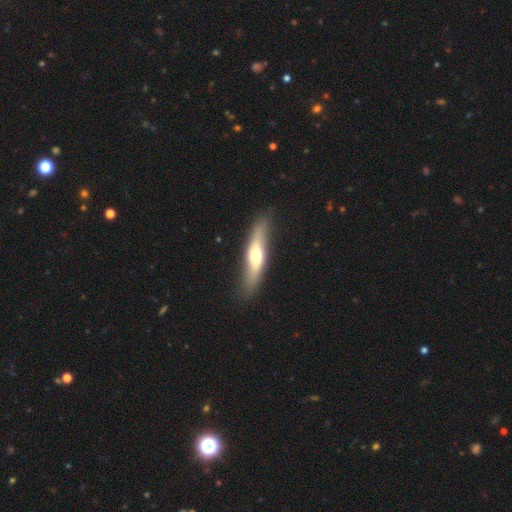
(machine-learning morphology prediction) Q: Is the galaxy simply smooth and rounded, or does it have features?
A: featured or disk — 51%.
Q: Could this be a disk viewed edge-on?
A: yes — 66%.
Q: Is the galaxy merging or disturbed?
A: none — 82%.